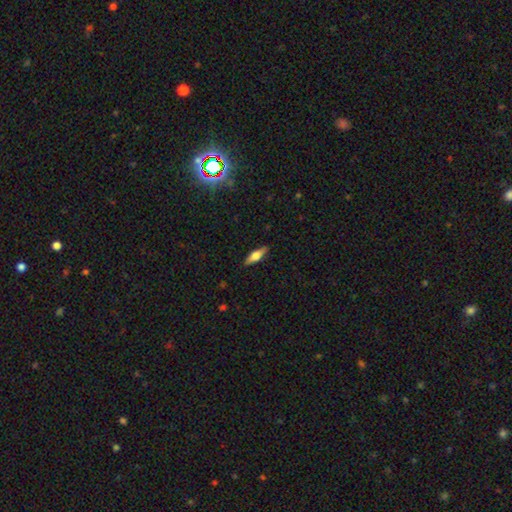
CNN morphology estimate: Overall: featured or disk (52%; smooth 41%). Edge-on disk: yes (94%). Merging: none (87%).